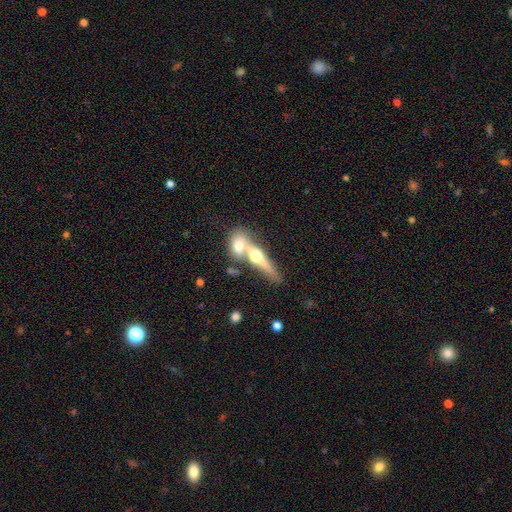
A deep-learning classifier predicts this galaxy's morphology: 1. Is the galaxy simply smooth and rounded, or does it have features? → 51% featured or disk, 42% smooth, 7% star or artifact.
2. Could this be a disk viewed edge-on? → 82% yes, 18% no.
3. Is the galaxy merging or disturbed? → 60% merger, 28% none, 8% minor disturbance, 5% major disturbance.